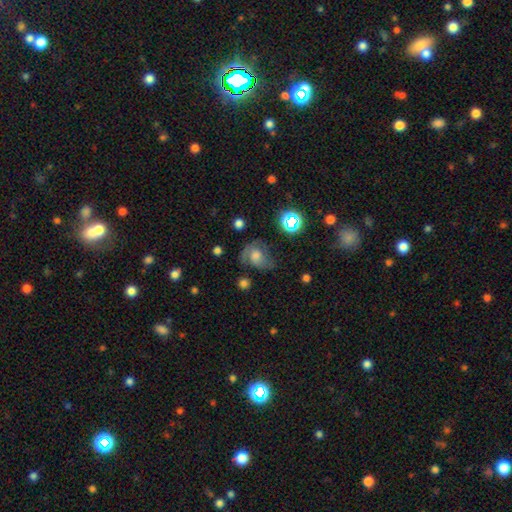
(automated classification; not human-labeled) Smooth or featured? featured or disk (44%)
Merging? none (43%)